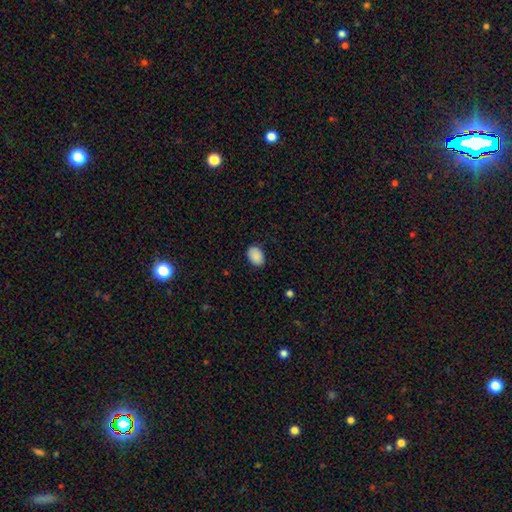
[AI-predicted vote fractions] Q: Smooth or featured?
A: smooth (90%); runner-up: star or artifact (7%)
Q: How rounded?
A: in between (82%); runner-up: round (17%)
Q: Merging?
A: none (84%); runner-up: minor disturbance (12%)